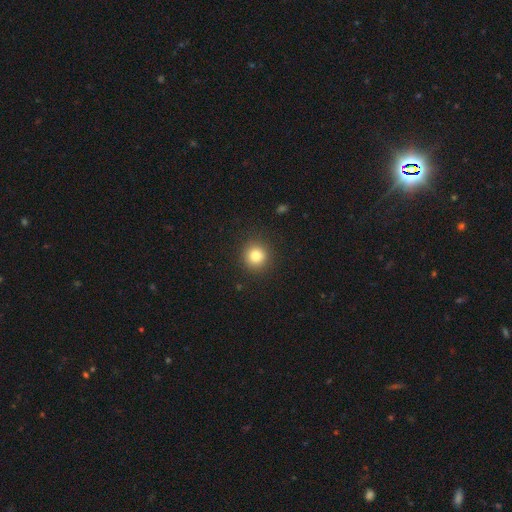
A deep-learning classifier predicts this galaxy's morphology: Smooth or featured? smooth (82%)
How rounded? round (93%)
Merging? none (91%)